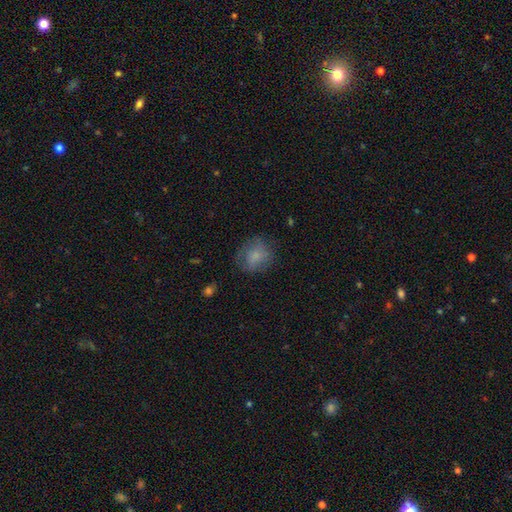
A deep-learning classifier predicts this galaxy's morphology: The model was most divided on "merging": none: 67%, minor disturbance: 21%, major disturbance: 10%, merger: 1%. More confident: how rounded — round (73%); smooth or featured — smooth (73%).